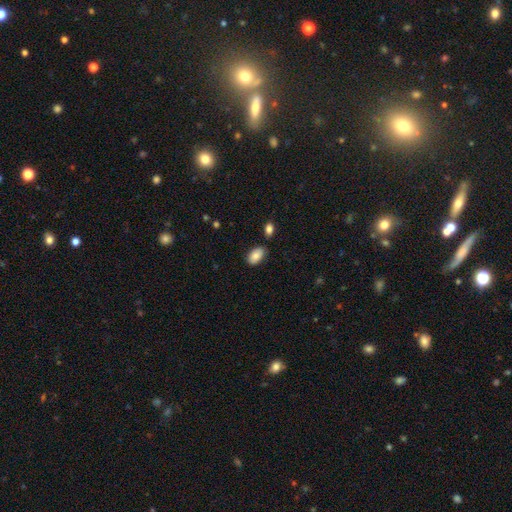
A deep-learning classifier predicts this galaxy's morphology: type=smooth (84%); roundness=in between (93%); merging=none (76%).